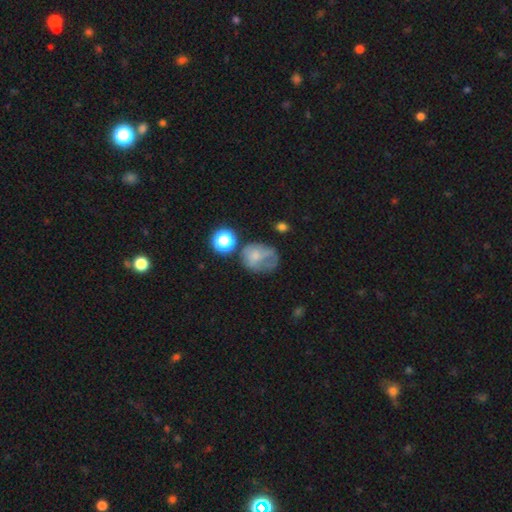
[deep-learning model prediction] Overall: smooth (53%; featured or disk 33%). How rounded: round (57%; in between 42%). Merging: major disturbance (33%, tied with none).